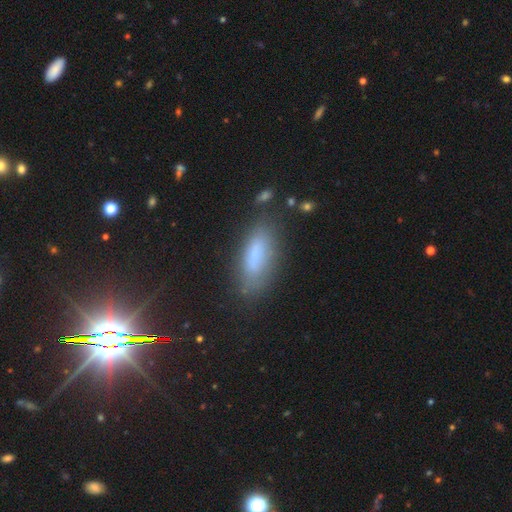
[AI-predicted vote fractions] smooth_or_featured: smooth (p=0.74) [alt: featured or disk p=0.14]
how_rounded: in between (p=0.70) [alt: cigar-shaped p=0.28]
merging: none (p=0.75) [alt: minor disturbance p=0.17]